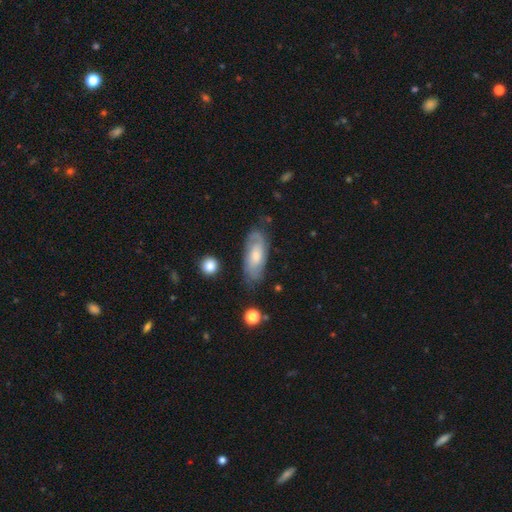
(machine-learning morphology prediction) A featured or disk galaxy (53%).

Vote fractions:
- Smooth or featured? featured or disk: 53% / smooth: 41% / star or artifact: 6%
- Edge-on disk? no: 87% / yes: 13%
- Merging? none: 70% / minor disturbance: 21% / major disturbance: 7% / merger: 2%